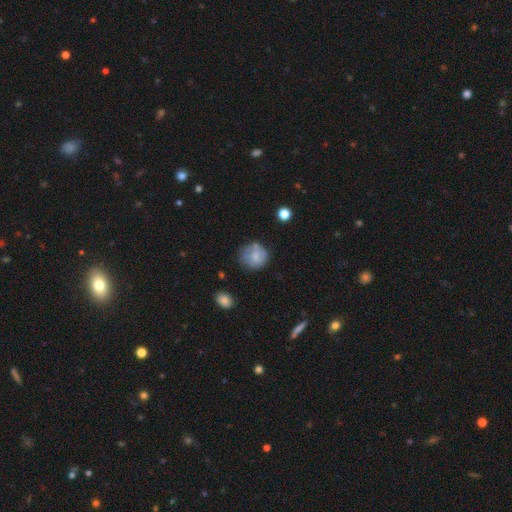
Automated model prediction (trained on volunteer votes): smooth_or_featured: smooth (p=0.70) [alt: featured or disk p=0.21]
how_rounded: round (p=0.82) [alt: in between p=0.17]
merging: none (p=0.59) [alt: minor disturbance p=0.26]